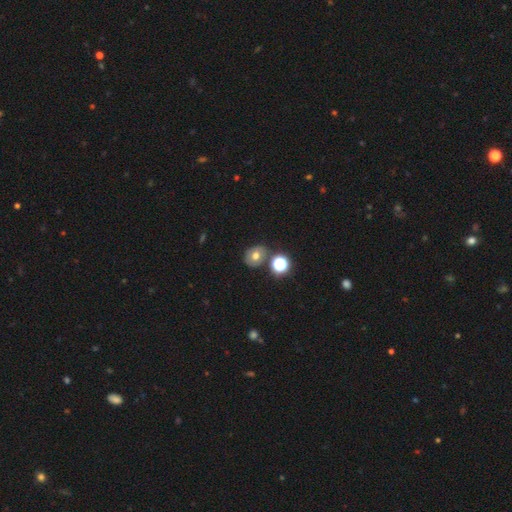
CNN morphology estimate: smooth_or_featured: smooth (p=0.60) [alt: featured or disk p=0.21]
how_rounded: round (p=0.64) [alt: in between p=0.35]
merging: none (p=0.72) [alt: merger p=0.13]